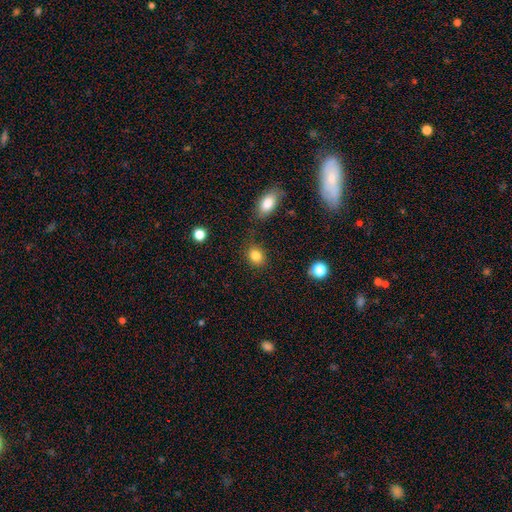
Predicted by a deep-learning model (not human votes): This is clearly a smooth galaxy (84%). How rounded: possibly round (54%). Merging: clearly none (81%).